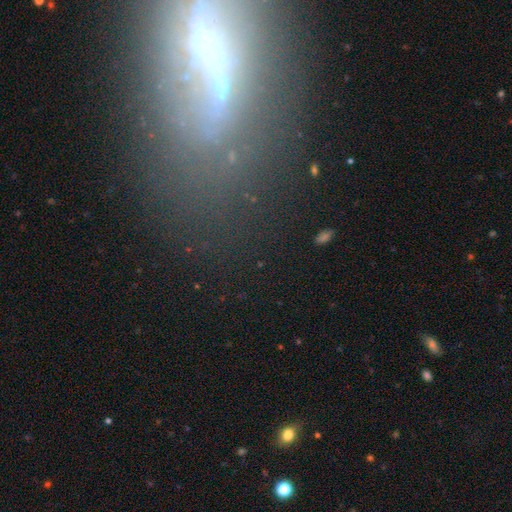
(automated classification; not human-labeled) Morphology: type=featured or disk (54%); edge-on=no (72%); merging=none (52%).